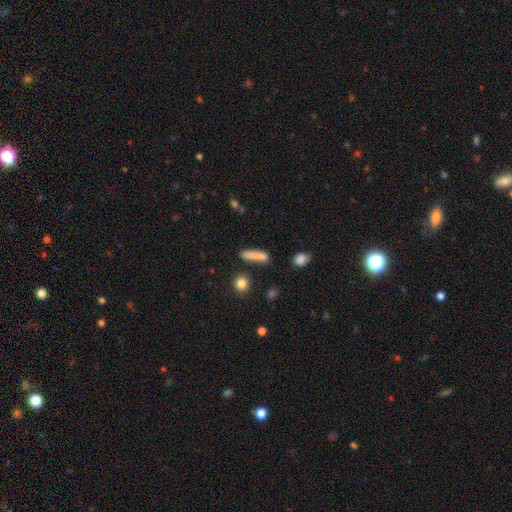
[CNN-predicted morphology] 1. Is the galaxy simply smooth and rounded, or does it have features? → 81% smooth, 11% featured or disk, 9% star or artifact.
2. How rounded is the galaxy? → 77% cigar-shaped, 20% in between, 3% round.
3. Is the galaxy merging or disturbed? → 73% none, 16% minor disturbance, 7% merger, 5% major disturbance.